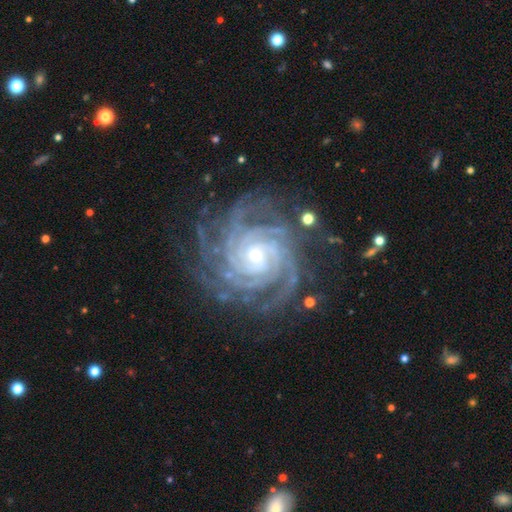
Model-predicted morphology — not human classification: Smooth or featured? Predicted: featured or disk (p=0.92). Edge-on disk? Predicted: no (p=0.98). Bar? Predicted: no (p=0.63). Spiral arms? Predicted: yes (p=0.99). Spiral winding? Predicted: tight (p=0.82). Spiral arm count? Predicted: 4 (p=0.31). Bulge size? Predicted: small (p=0.69). Merging? Predicted: none (p=0.77).